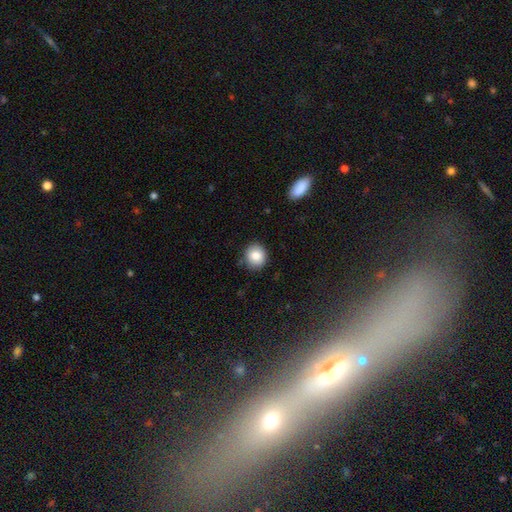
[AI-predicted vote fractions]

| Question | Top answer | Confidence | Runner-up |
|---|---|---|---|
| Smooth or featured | smooth | 85% | star or artifact (9%) |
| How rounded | round | 79% | in between (20%) |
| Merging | none | 86% | minor disturbance (10%) |